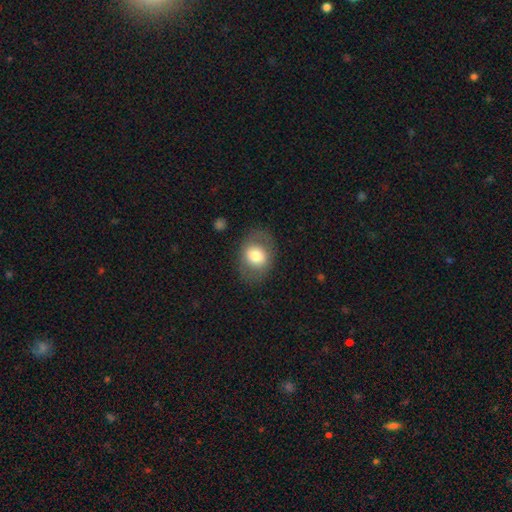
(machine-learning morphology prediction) This appears to be a smooth galaxy with no disk features (71%) that is in between round and cigar-shaped (58%). Merging: none (78%).